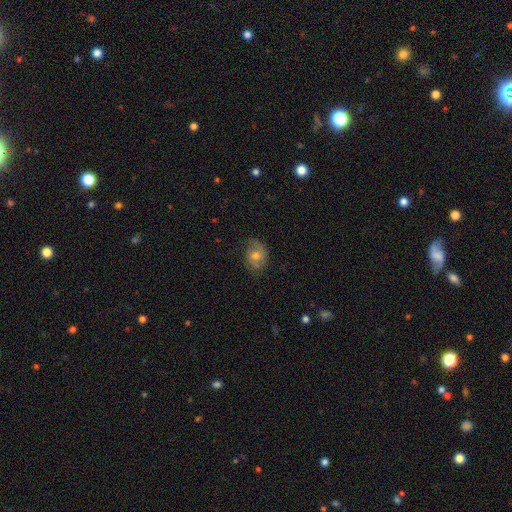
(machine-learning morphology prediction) A smooth galaxy with no disk features (56%) that is in between round and cigar-shaped (56%).

Vote fractions:
- Smooth or featured? smooth: 56% / featured or disk: 35% / star or artifact: 9%
- How rounded? in between: 56% / round: 43% / cigar-shaped: 1%
- Merging? none: 63% / minor disturbance: 26% / major disturbance: 9% / merger: 1%